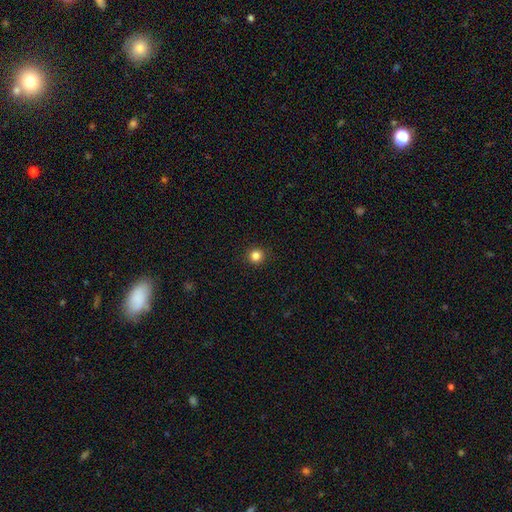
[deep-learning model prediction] Smooth or featured?
  - smooth: 83% *
  - star or artifact: 12%
  - featured or disk: 4%
How rounded?
  - round: 94% *
  - in between: 5%
  - cigar-shaped: 1%
Merging?
  - none: 92% *
  - minor disturbance: 5%
  - major disturbance: 2%
  - merger: 1%